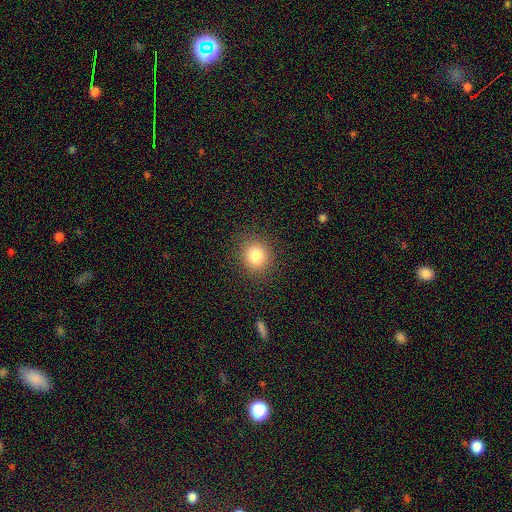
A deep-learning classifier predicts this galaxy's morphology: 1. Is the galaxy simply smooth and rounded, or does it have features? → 82% smooth, 11% star or artifact, 7% featured or disk.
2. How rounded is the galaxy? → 80% round, 19% in between, 1% cigar-shaped.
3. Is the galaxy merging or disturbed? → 88% none, 8% minor disturbance, 3% major disturbance, 1% merger.